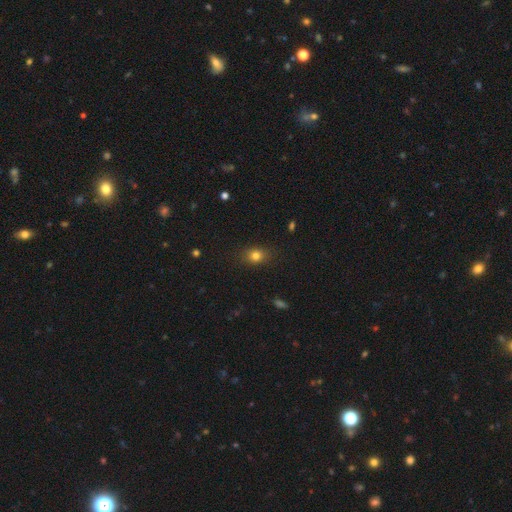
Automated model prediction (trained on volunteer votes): Smooth or featured? Predicted: smooth (p=0.79). How rounded? Predicted: in between (p=0.52). Merging? Predicted: none (p=0.83).